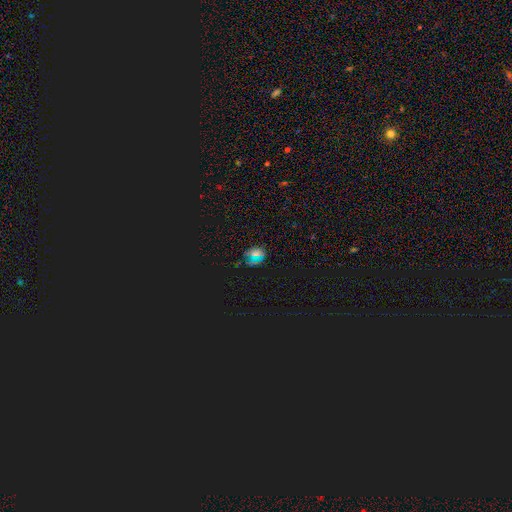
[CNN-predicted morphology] smooth_or_featured: star or artifact (p=0.40) [alt: smooth p=0.39]